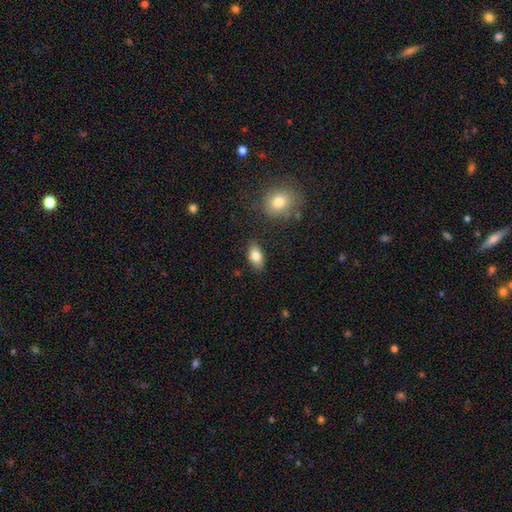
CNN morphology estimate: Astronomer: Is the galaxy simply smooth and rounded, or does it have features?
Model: smooth — 82%.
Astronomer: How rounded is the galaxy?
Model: in between — 90%.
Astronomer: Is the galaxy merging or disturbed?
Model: none — 84%.